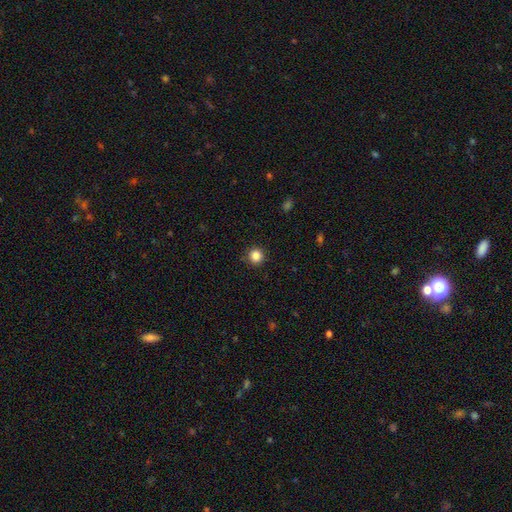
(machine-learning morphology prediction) The model was most divided on "smooth or featured": smooth: 86%, star or artifact: 11%, featured or disk: 3%. More confident: how rounded — round (93%); merging — none (91%).